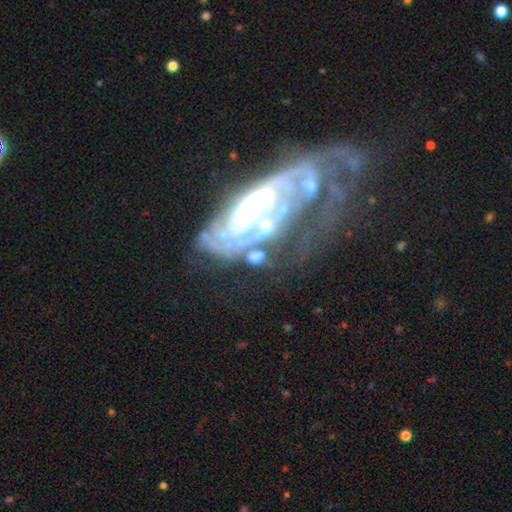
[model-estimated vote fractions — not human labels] Smooth or featured? Predicted: featured or disk (p=0.69). Edge-on disk? Predicted: no (p=0.89). Bar? Predicted: no (p=0.64). Spiral arms? Predicted: yes (p=0.60). Bulge size? Predicted: moderate (p=0.36). Merging? Predicted: none (p=0.31).